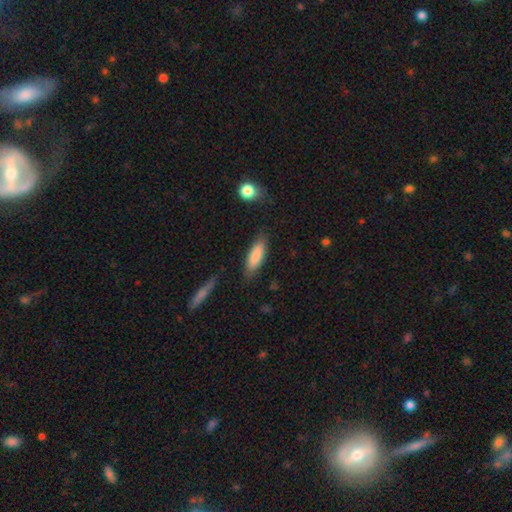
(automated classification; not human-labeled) This appears to be a smooth galaxy with no disk features (85%) that is in between round and cigar-shaped (55%). Merging: none (81%).